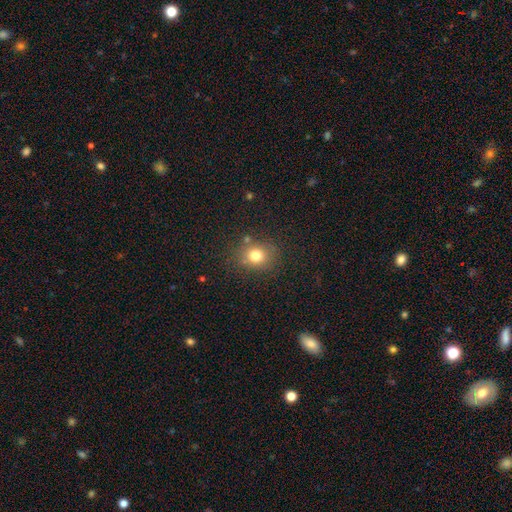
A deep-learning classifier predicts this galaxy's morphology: Overall: smooth (77%). How rounded: round (74%). Merging: none (80%).